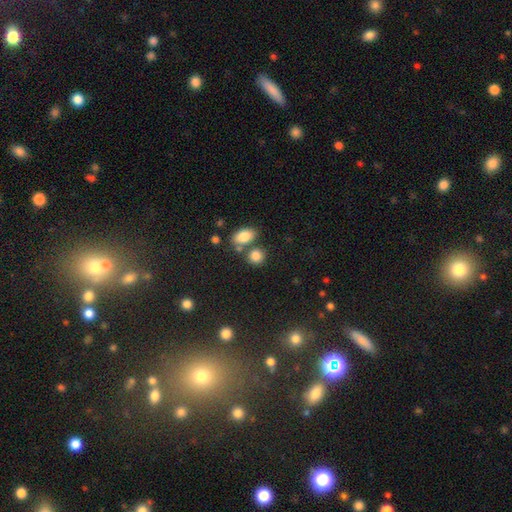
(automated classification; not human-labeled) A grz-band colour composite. It shows a smooth galaxy with no disk features (83%) that is round (66%). Merging: none (61%).